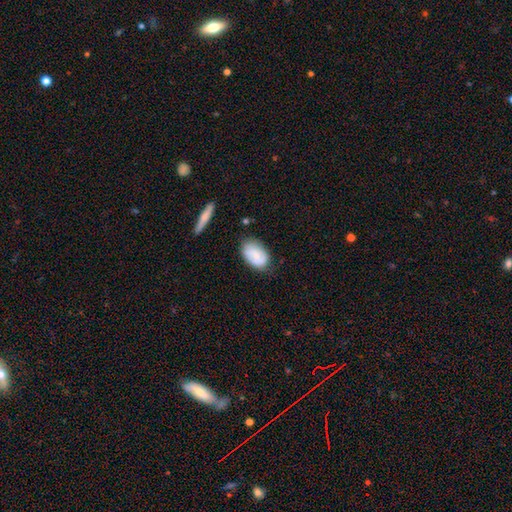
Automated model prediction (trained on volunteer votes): Overall: smooth (69%). How rounded: in between (89%). Merging: none (70%).